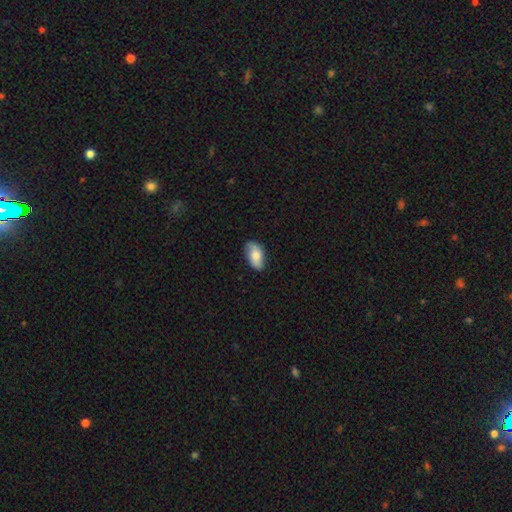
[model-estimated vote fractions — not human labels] smooth_or_featured: smooth (p=0.72) [alt: featured or disk p=0.21]
how_rounded: in between (p=0.93) [alt: round p=0.04]
merging: none (p=0.77) [alt: minor disturbance p=0.18]